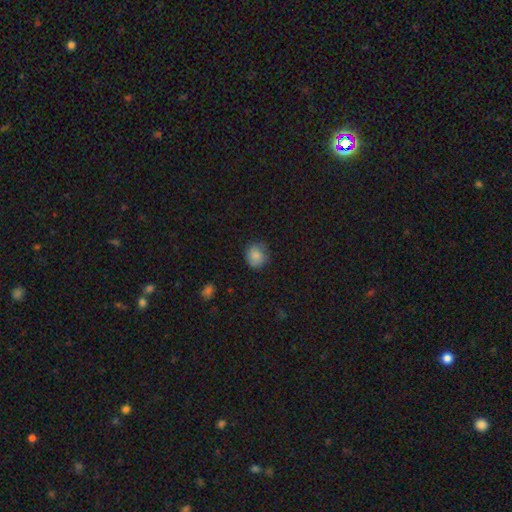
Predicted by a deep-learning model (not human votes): Smooth or featured?
  - smooth: 83% *
  - star or artifact: 9%
  - featured or disk: 8%
How rounded?
  - round: 82% *
  - in between: 17%
  - cigar-shaped: 1%
Merging?
  - none: 74% *
  - minor disturbance: 20%
  - major disturbance: 5%
  - merger: 1%